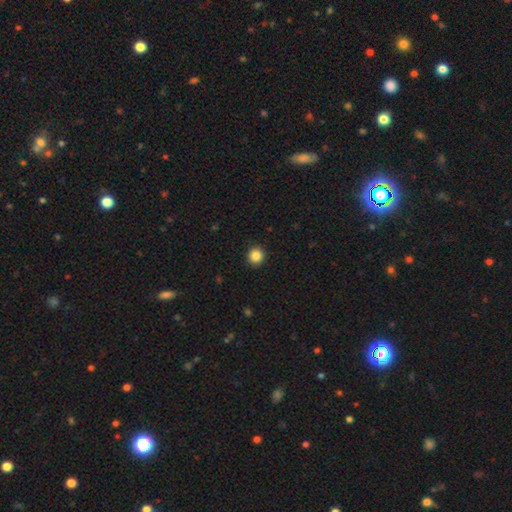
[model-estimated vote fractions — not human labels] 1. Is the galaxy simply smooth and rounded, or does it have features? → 86% smooth, 11% star or artifact, 4% featured or disk.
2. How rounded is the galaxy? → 94% round, 5% in between, 1% cigar-shaped.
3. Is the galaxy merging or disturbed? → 93% none, 5% minor disturbance, 2% major disturbance, 1% merger.